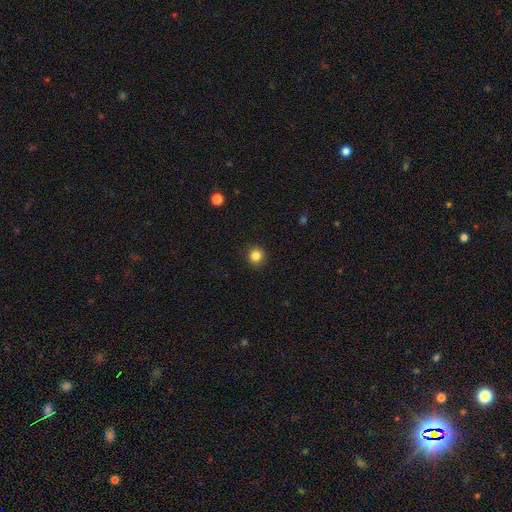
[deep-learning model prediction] Q: Smooth or featured?
A: smooth (84%); runner-up: star or artifact (11%)
Q: How rounded?
A: round (95%); runner-up: in between (4%)
Q: Merging?
A: none (92%); runner-up: minor disturbance (5%)